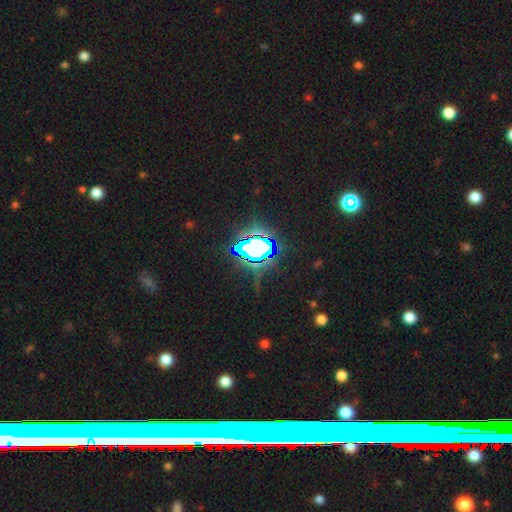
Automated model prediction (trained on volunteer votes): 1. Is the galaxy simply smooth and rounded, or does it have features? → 71% star or artifact, 15% smooth, 14% featured or disk.